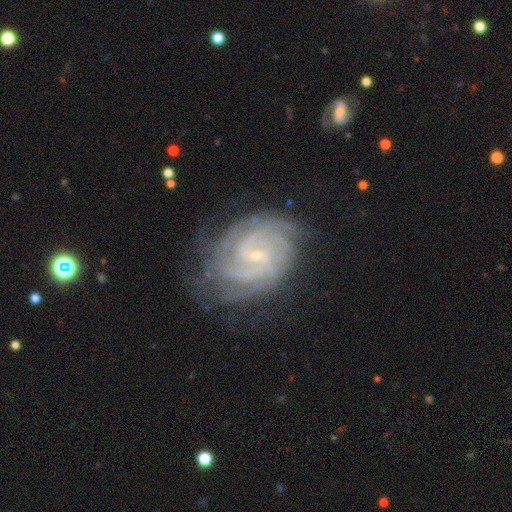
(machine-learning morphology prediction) Smooth or featured?
  - featured or disk: 89% *
  - star or artifact: 6%
  - smooth: 5%
Edge-on disk?
  - no: 98% *
  - yes: 2%
Bar?
  - weak: 49% *
  - no: 35%
  - strong: 15%
Spiral arms?
  - yes: 98% *
  - no: 2%
Spiral winding?
  - tight: 67% *
  - medium: 28%
  - loose: 5%
Spiral arm count?
  - 2: 25% *
  - can't tell: 24%
  - 4: 18%
  - 3: 16%
  - more than 4: 10%
  - 1: 7%
Bulge size?
  - small: 85% *
  - moderate: 10%
  - none: 3%
  - large: 1%
  - dominant: 1%
Merging?
  - none: 73% *
  - minor disturbance: 18%
  - major disturbance: 7%
  - merger: 1%